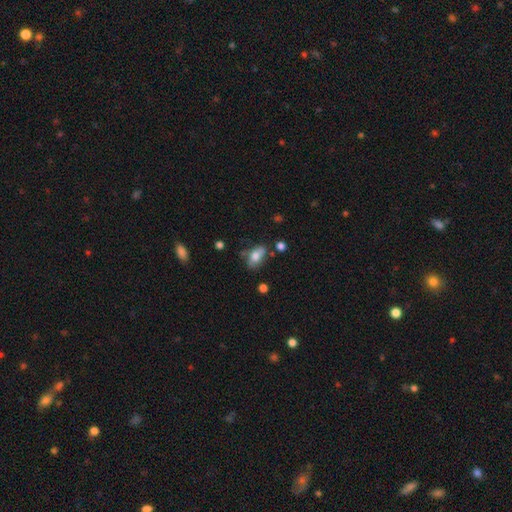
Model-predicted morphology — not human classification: type=smooth (69%); roundness=in between (87%); merging=none (49%).